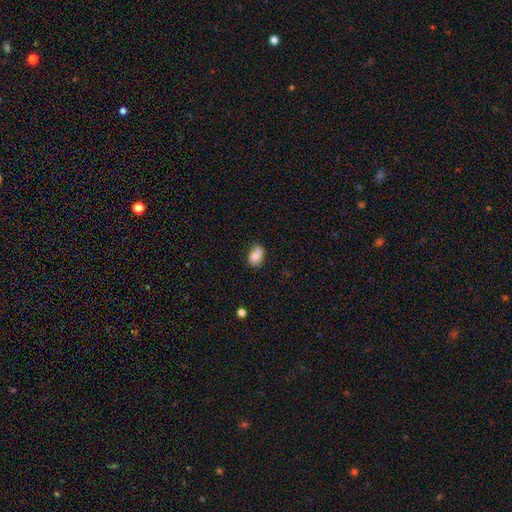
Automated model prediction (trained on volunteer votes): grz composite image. It shows a smooth galaxy with no disk features (78%) that is in between round and cigar-shaped (74%). Merging: none (63%).